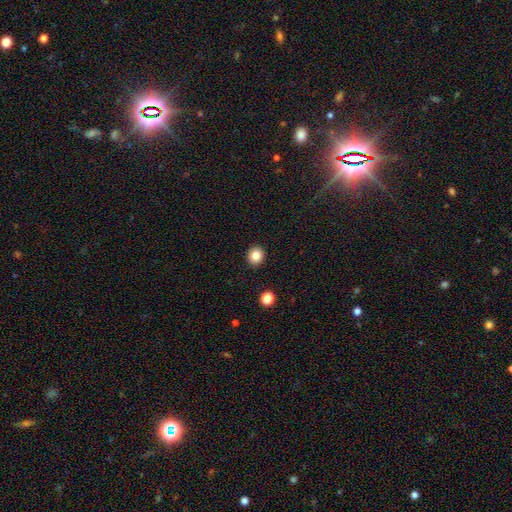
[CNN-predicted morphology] smooth_or_featured: smooth (p=0.83) [alt: star or artifact p=0.11]
how_rounded: round (p=0.86) [alt: in between p=0.13]
merging: none (p=0.93) [alt: minor disturbance p=0.05]